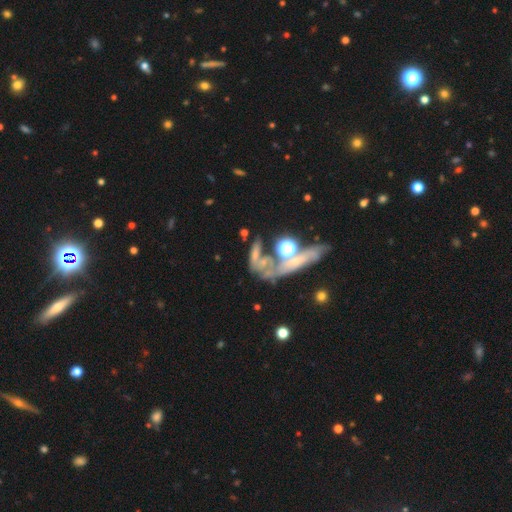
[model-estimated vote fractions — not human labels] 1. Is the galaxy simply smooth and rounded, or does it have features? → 42% smooth, 38% featured or disk, 20% star or artifact.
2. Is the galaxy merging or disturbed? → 41% merger, 26% none, 20% major disturbance, 13% minor disturbance.